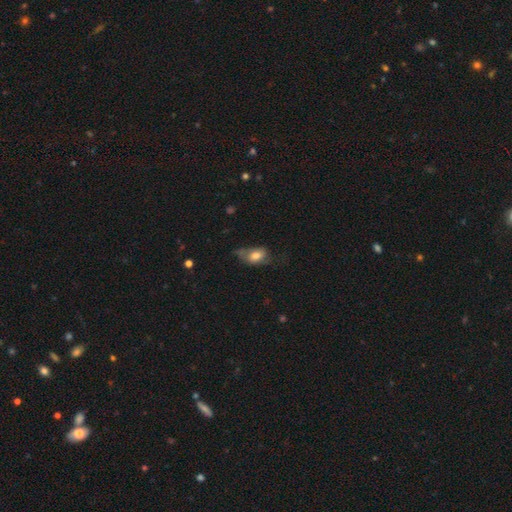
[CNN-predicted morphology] This appears to be a smooth galaxy with no disk features (68%) that is in between round and cigar-shaped (86%). Merging: none (35%).